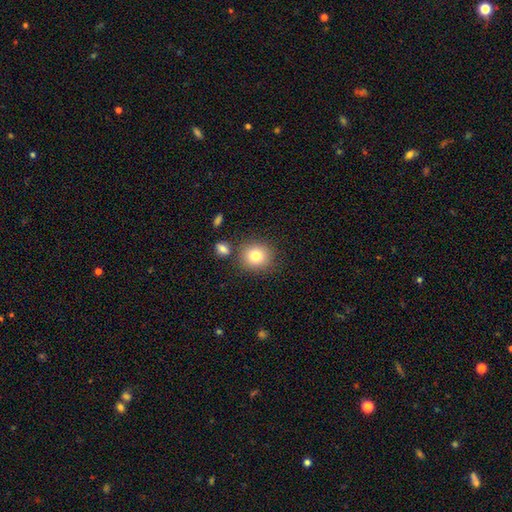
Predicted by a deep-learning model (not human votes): Smooth or featured: smooth — 81% (star or artifact — 10%)
How rounded: round — 85% (in between — 14%)
Merging: none — 80% (minor disturbance — 9%)